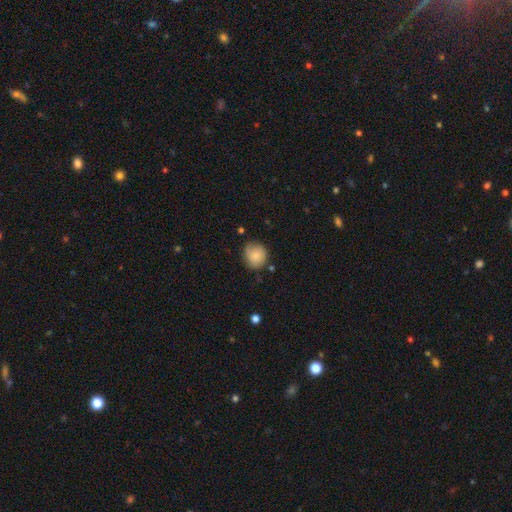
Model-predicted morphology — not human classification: A smooth galaxy with no disk features (76%) that is round (83%).

Vote fractions:
- Smooth or featured? smooth: 76% / featured or disk: 16% / star or artifact: 8%
- How rounded? round: 83% / in between: 16% / cigar-shaped: 1%
- Merging? none: 69% / minor disturbance: 23% / major disturbance: 6% / merger: 2%